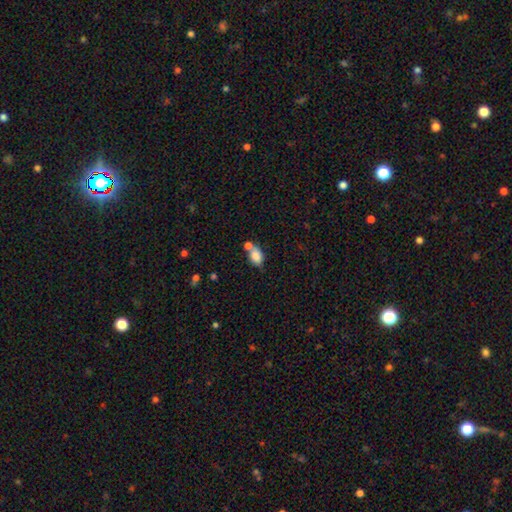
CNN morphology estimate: smooth-or-featured: smooth: 82% | featured or disk: 10% | star or artifact: 9%
  how-rounded: in between: 81% | round: 17% | cigar-shaped: 2%
  merging: none: 43% | merger: 37% | minor disturbance: 15% | major disturbance: 5%